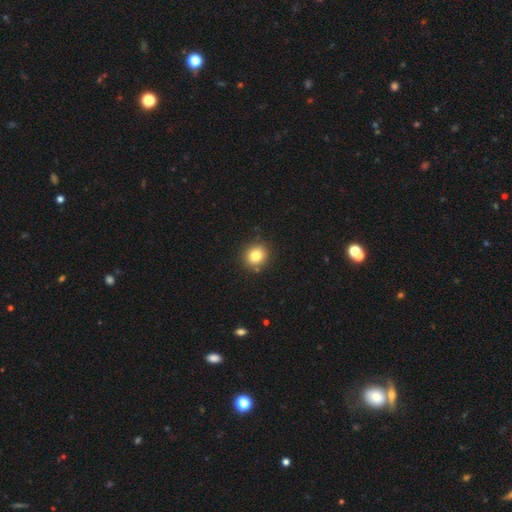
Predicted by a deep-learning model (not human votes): A smooth galaxy with no disk features (82%) that is round (83%).

Vote fractions:
- Smooth or featured? smooth: 82% / star or artifact: 11% / featured or disk: 7%
- How rounded? round: 83% / in between: 16% / cigar-shaped: 1%
- Merging? none: 87% / minor disturbance: 8% / merger: 2% / major disturbance: 2%